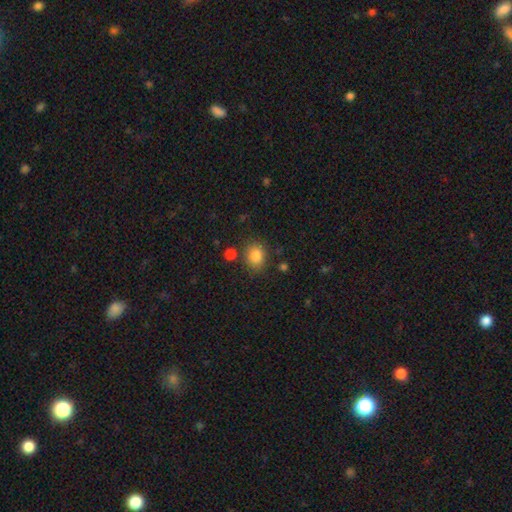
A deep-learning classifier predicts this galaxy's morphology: Smooth or featured: smooth — 84% (star or artifact — 10%)
How rounded: round — 54% (in between — 45%)
Merging: none — 78% (minor disturbance — 12%)